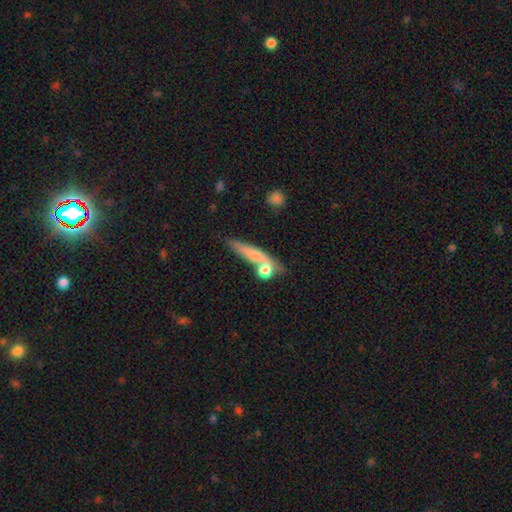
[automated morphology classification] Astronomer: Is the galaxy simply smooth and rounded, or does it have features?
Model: smooth — 61%.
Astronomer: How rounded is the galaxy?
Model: cigar-shaped — 71%.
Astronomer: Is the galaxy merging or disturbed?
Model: none — 55%.